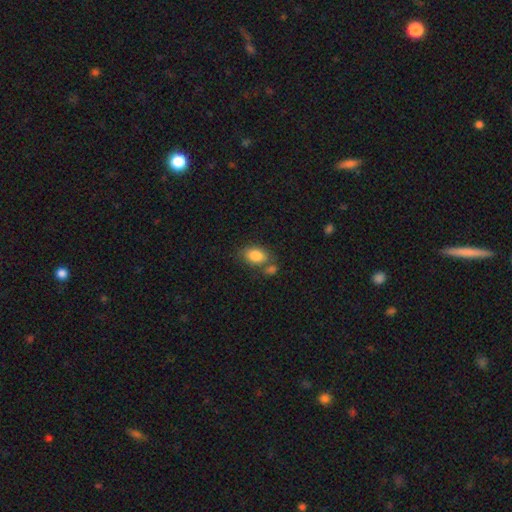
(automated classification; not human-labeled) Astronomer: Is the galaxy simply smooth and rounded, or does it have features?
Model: smooth — 84%.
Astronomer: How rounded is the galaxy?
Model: in between — 86%.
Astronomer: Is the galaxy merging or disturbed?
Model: none — 54%.